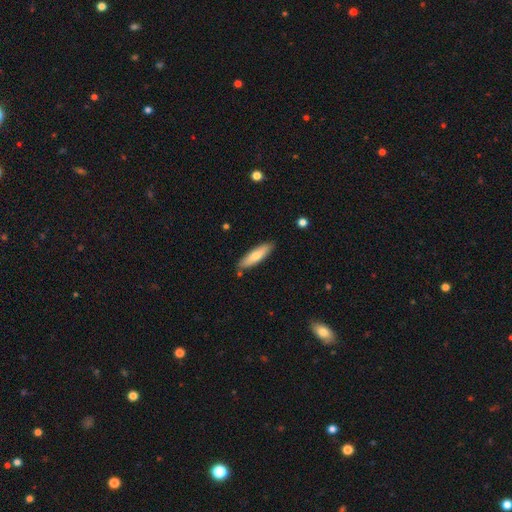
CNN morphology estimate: type=smooth (69%); roundness=cigar-shaped (67%); merging=none (84%).